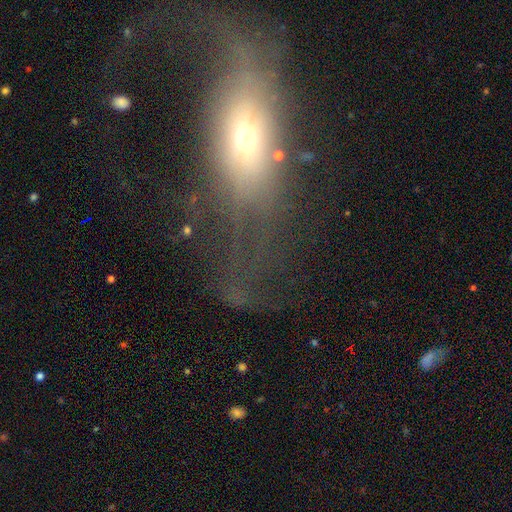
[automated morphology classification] The model was most divided on "smooth or featured": featured or disk: 42%, smooth: 40%, star or artifact: 18%. Remaining: merging — major disturbance (47%).